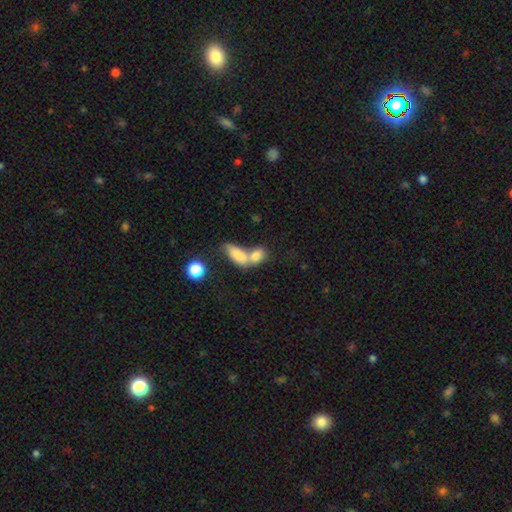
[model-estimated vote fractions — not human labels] Smooth or featured: smooth — 79% (featured or disk — 13%)
How rounded: in between — 81% (round — 11%)
Merging: merger — 68% (none — 21%)